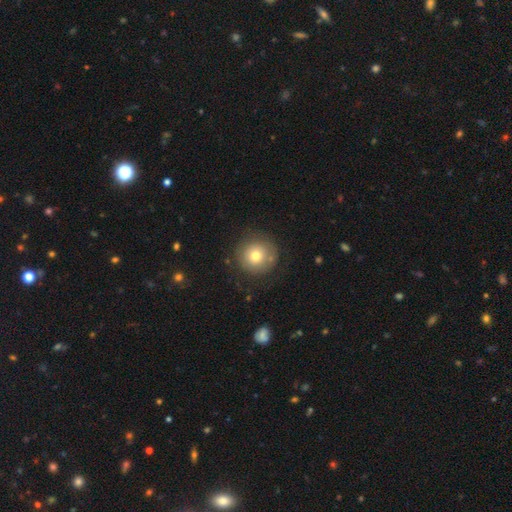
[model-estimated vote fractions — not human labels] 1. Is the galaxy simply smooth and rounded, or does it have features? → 73% smooth, 16% featured or disk, 11% star or artifact.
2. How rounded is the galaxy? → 95% round, 4% in between, 1% cigar-shaped.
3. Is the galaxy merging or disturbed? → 81% none, 11% minor disturbance, 4% major disturbance, 3% merger.